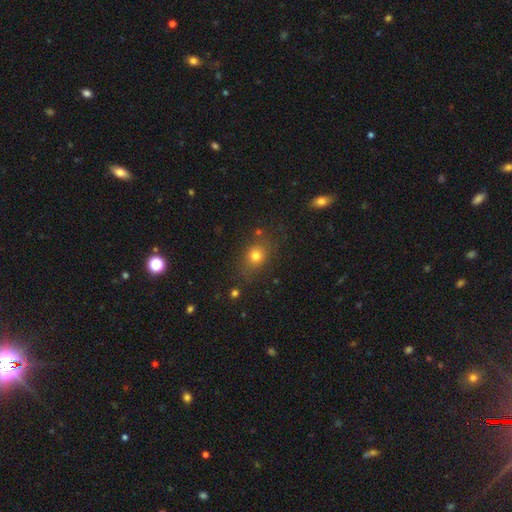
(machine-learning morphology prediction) Smooth or featured: smooth — 74% (star or artifact — 15%)
How rounded: round — 54% (in between — 44%)
Merging: none — 77% (minor disturbance — 14%)